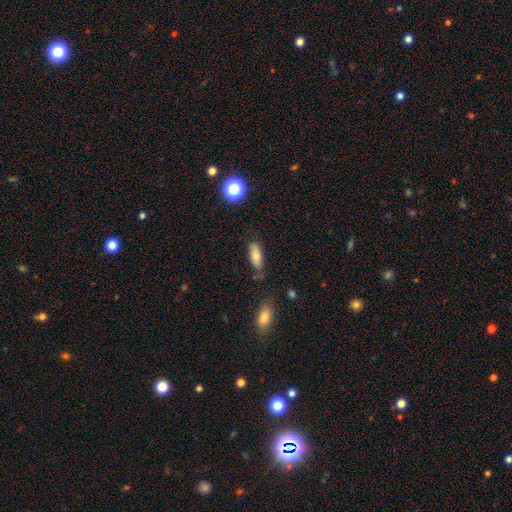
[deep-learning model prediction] This appears to be a smooth galaxy with no disk features (78%) that is in between round and cigar-shaped (75%). Merging: none (72%).